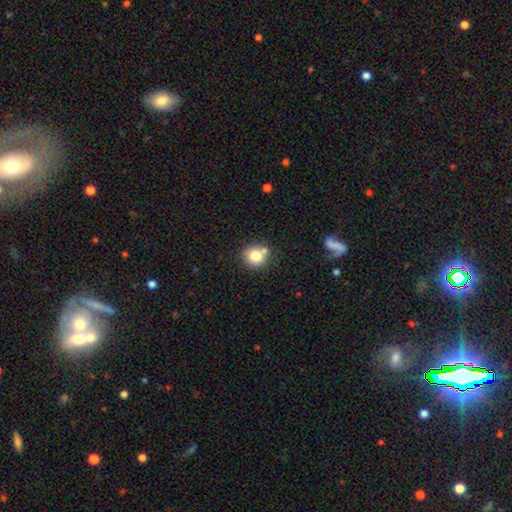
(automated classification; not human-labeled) smooth_or_featured: smooth (p=0.79) [alt: star or artifact p=0.11]
how_rounded: round (p=0.87) [alt: in between p=0.12]
merging: none (p=0.69) [alt: merger p=0.16]